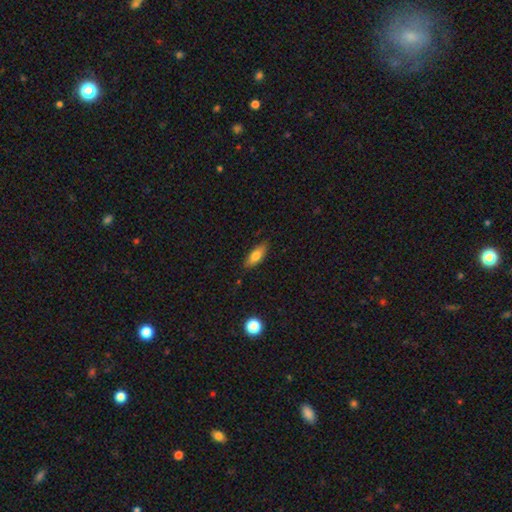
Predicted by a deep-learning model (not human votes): smooth-or-featured: smooth: 78% | featured or disk: 15% | star or artifact: 7%
  how-rounded: in between: 75% | cigar-shaped: 23% | round: 3%
  merging: none: 81% | minor disturbance: 15% | major disturbance: 3% | merger: 1%